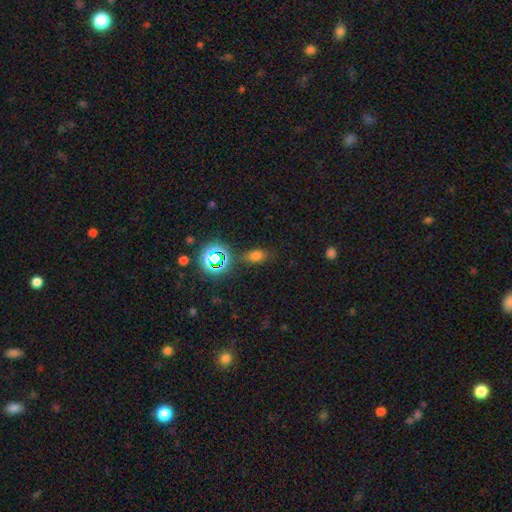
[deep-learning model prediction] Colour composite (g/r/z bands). It shows a smooth galaxy with no disk features (64%) that is in between round and cigar-shaped (80%). Merging: none (76%).